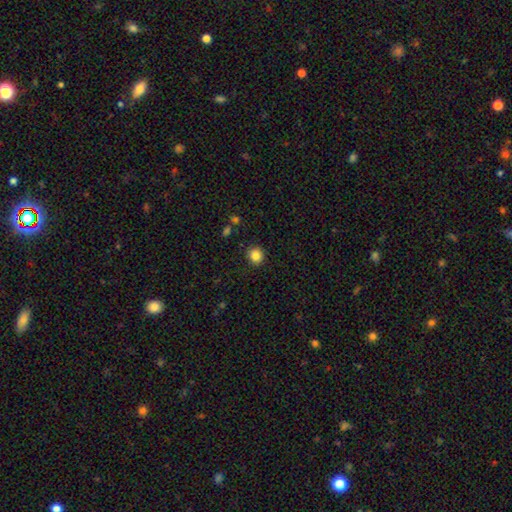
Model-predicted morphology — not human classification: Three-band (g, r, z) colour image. It shows a smooth galaxy with no disk features (85%) that is round (90%). Merging: none (91%).